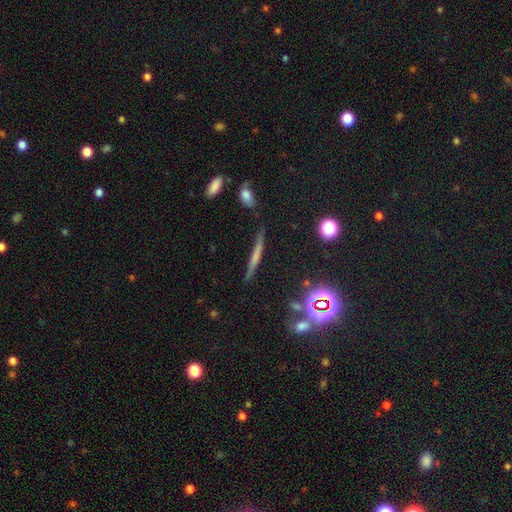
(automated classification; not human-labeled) The model was most divided on "smooth or featured": smooth: 45%, featured or disk: 38%, star or artifact: 17%. More confident: merging — none (76%).